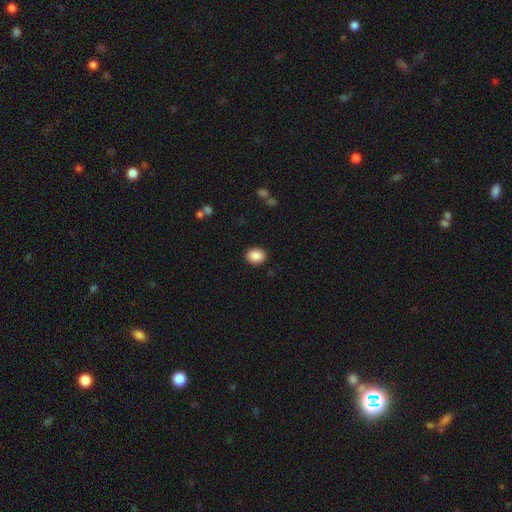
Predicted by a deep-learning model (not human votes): A smooth galaxy with no disk features (89%) that is round (53%).

Vote fractions:
- Smooth or featured? smooth: 89% / star or artifact: 8% / featured or disk: 3%
- How rounded? round: 53% / in between: 47% / cigar-shaped: 1%
- Merging? none: 90% / minor disturbance: 7% / major disturbance: 2% / merger: 1%